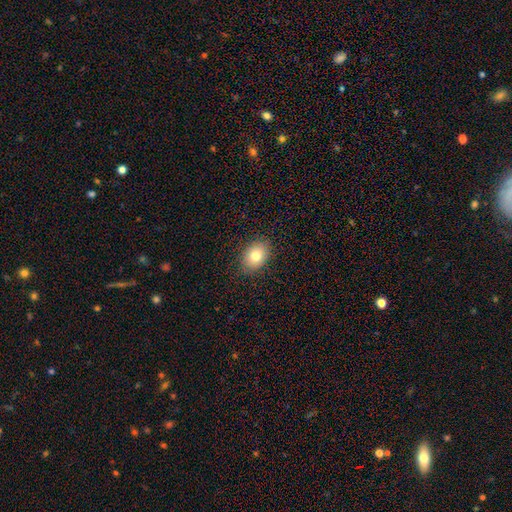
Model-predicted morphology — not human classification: Smooth or featured: smooth — 79% (featured or disk — 12%)
How rounded: in between — 75% (round — 24%)
Merging: none — 87% (minor disturbance — 9%)